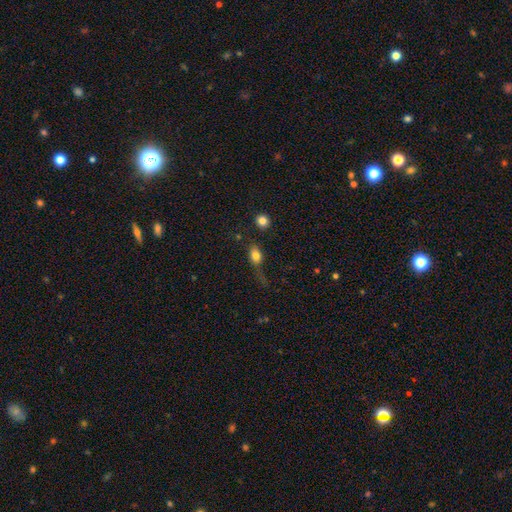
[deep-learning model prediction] The model was most divided on "merging": none: 47%, major disturbance: 24%, minor disturbance: 23%, merger: 7%. More confident: smooth or featured — smooth (79%); how rounded — in between (73%).